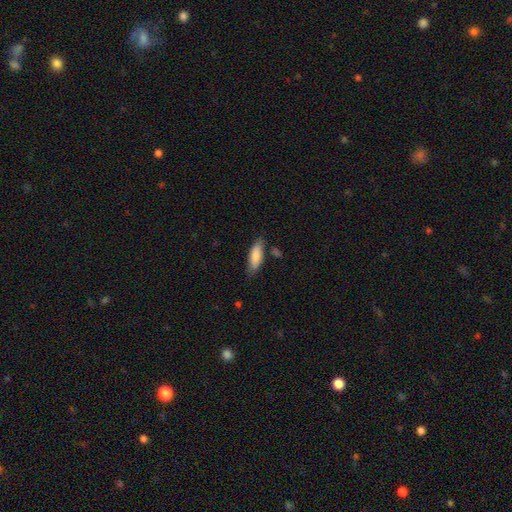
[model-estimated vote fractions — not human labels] This is clearly a smooth galaxy (83%). How rounded: possibly in between (58%). Merging: likely none (76%).